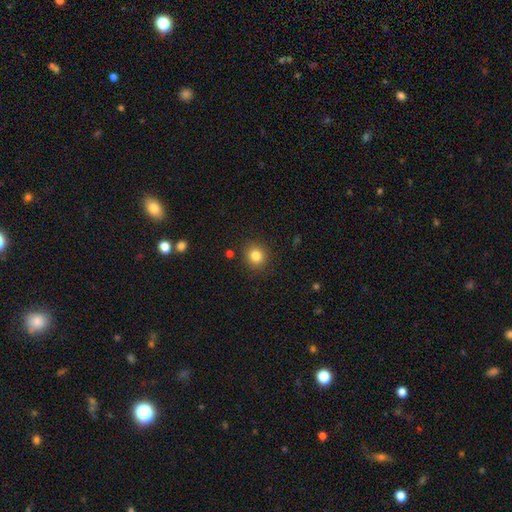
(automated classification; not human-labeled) Smooth or featured? smooth (83%)
How rounded? round (88%)
Merging? none (89%)